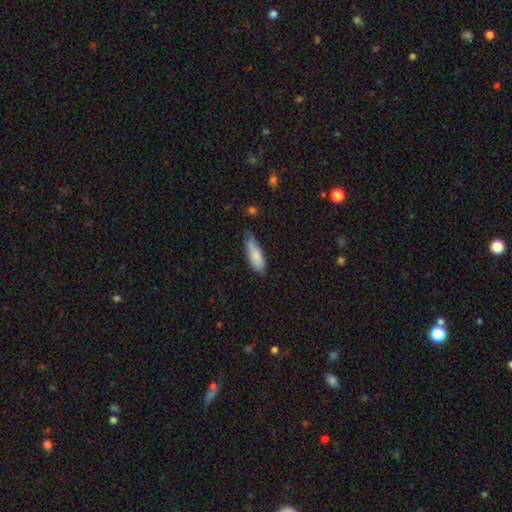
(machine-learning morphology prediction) Smooth or featured?
  - smooth: 82% *
  - featured or disk: 12%
  - star or artifact: 6%
How rounded?
  - in between: 52% *
  - cigar-shaped: 47%
  - round: 2%
Merging?
  - none: 53% *
  - minor disturbance: 37%
  - major disturbance: 8%
  - merger: 3%